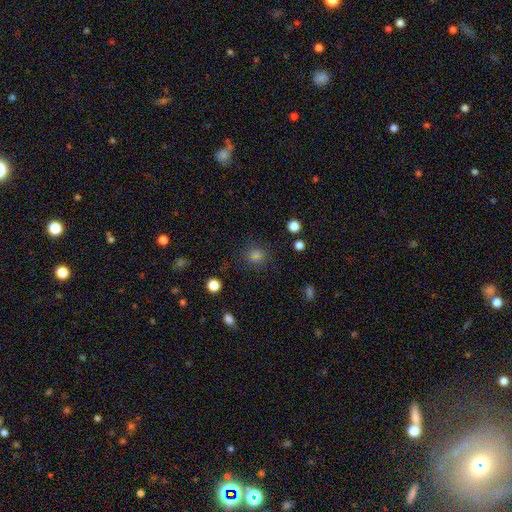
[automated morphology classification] This appears to be a smooth galaxy with no disk features (66%) that is round (79%). Merging: none (75%).